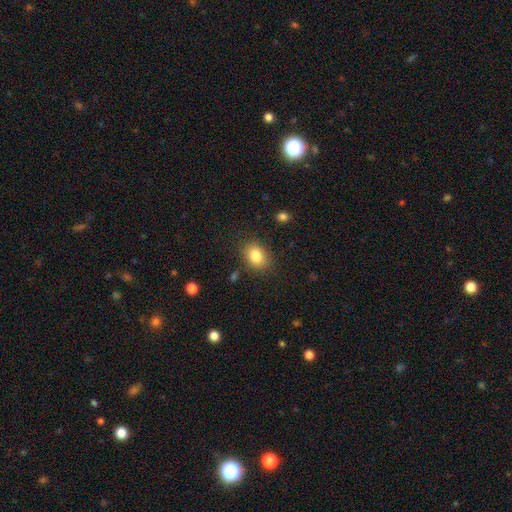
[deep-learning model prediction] Smooth or featured? Predicted: smooth (p=0.84). How rounded? Predicted: in between (p=0.66). Merging? Predicted: none (p=0.84).